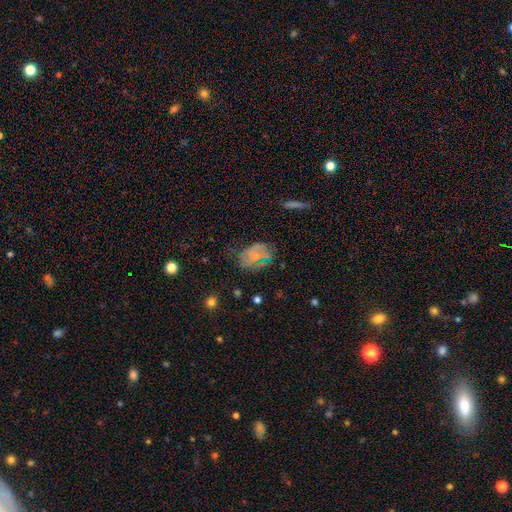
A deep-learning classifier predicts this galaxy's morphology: A smooth galaxy with no disk features (50%).

Vote fractions:
- Smooth or featured? smooth: 50% / featured or disk: 37% / star or artifact: 13%
- Merging? none: 48% / minor disturbance: 29% / major disturbance: 18% / merger: 5%